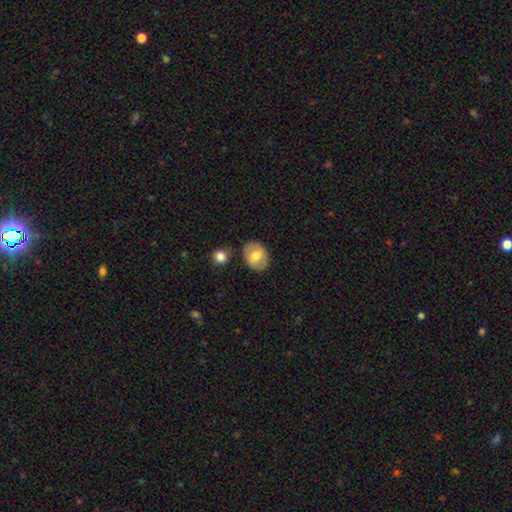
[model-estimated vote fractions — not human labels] This is likely a smooth galaxy (67%). How rounded: possibly in between (57%). Merging: clearly none (82%).